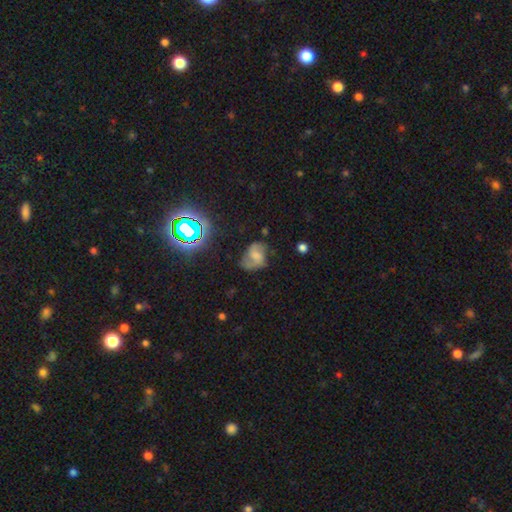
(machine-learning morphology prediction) smooth_or_featured: featured or disk (p=0.51) [alt: smooth p=0.34]
disk_edge_on: no (p=0.96) [alt: yes p=0.04]
merging: none (p=0.50) [alt: minor disturbance p=0.27]